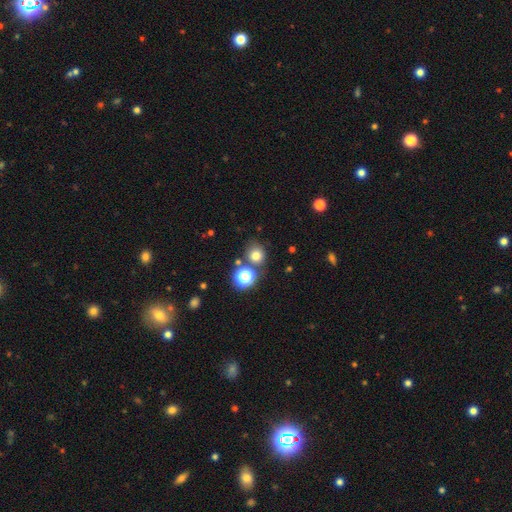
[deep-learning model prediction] Overall: smooth (74%). How rounded: round (80%). Merging: none (70%).